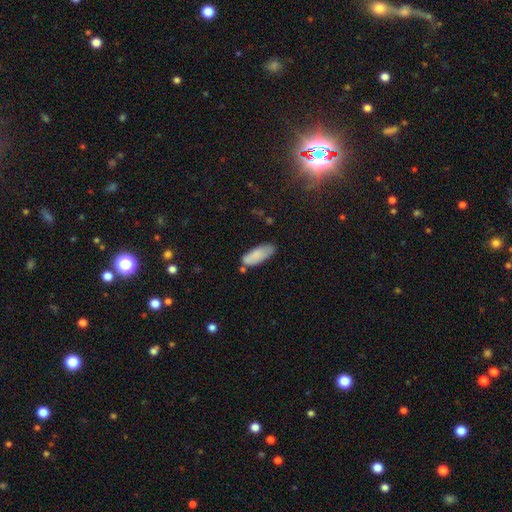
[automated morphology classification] This is clearly a smooth galaxy (84%). How rounded: likely in between (73%). Merging: likely none (64%).